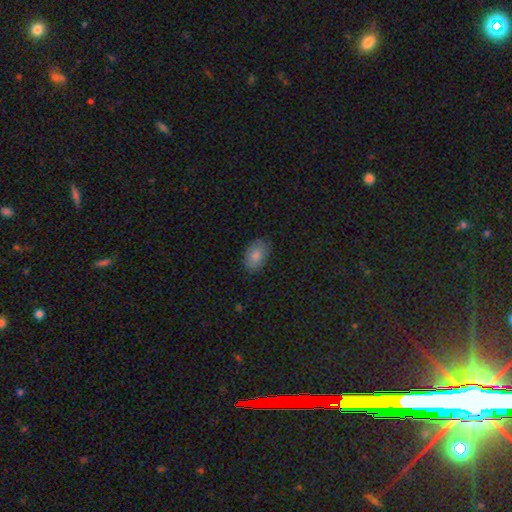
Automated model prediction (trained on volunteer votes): smooth 85%, featured or disk 8%, star or artifact 8%. Down the decision tree: how rounded — in between (88%); merging — none (83%).